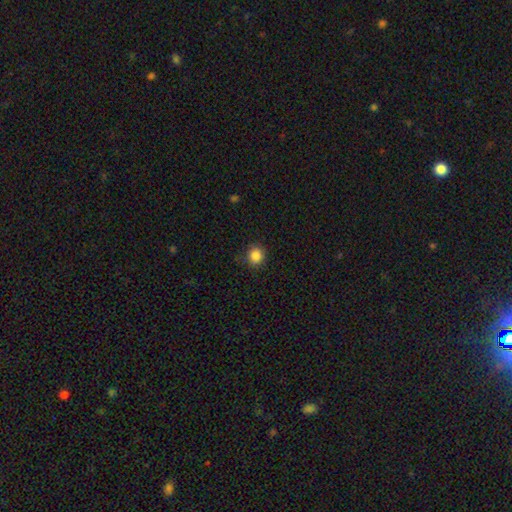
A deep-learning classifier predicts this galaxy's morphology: Smooth or featured? smooth (86%)
How rounded? round (86%)
Merging? none (87%)